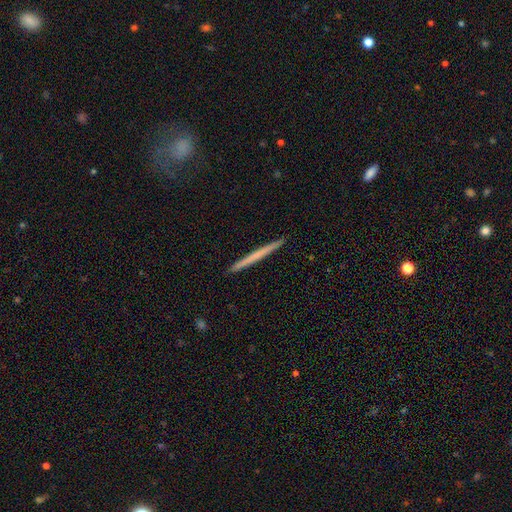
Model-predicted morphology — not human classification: A smooth galaxy with no disk features (53%) that is cigar-shaped (97%).

Vote fractions:
- Smooth or featured? smooth: 53% / featured or disk: 41% / star or artifact: 6%
- How rounded? cigar-shaped: 97% / in between: 2% / round: 1%
- Merging? none: 92% / minor disturbance: 5% / major disturbance: 1% / merger: 1%